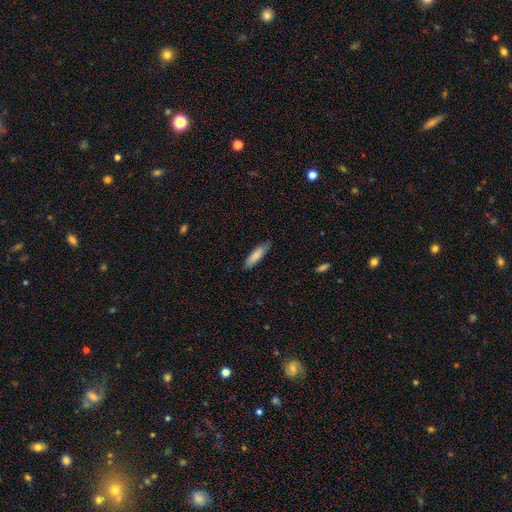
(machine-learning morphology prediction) Smooth or featured? smooth (82%)
How rounded? cigar-shaped (67%)
Merging? none (81%)